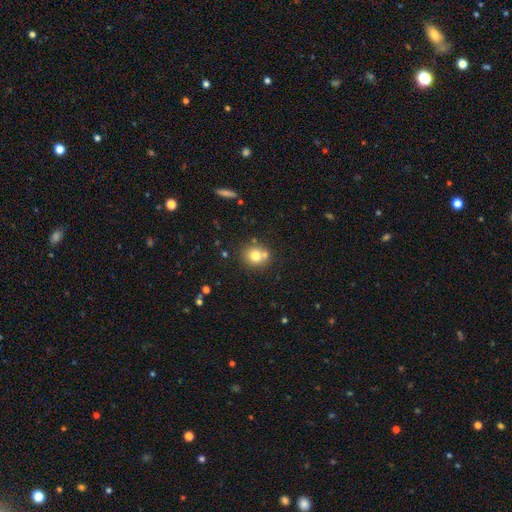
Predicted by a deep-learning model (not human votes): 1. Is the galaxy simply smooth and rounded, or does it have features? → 74% smooth, 13% featured or disk, 12% star or artifact.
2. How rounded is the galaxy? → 80% round, 19% in between, 1% cigar-shaped.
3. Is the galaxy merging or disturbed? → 65% none, 20% merger, 11% minor disturbance, 4% major disturbance.